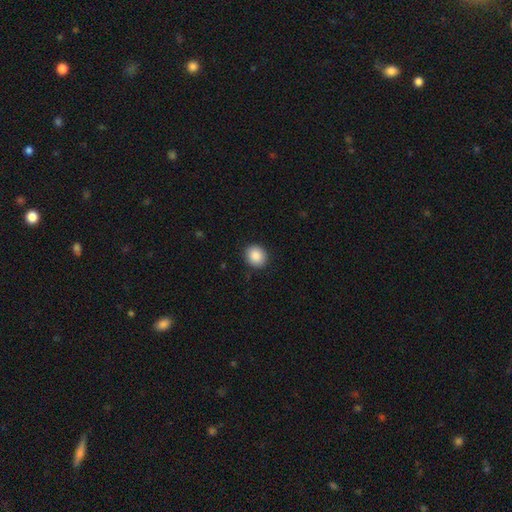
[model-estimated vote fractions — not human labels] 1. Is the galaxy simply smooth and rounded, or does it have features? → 88% smooth, 8% star or artifact, 4% featured or disk.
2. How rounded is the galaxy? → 73% round, 26% in between, 1% cigar-shaped.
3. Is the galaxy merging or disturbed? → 90% none, 7% minor disturbance, 2% major disturbance, 1% merger.